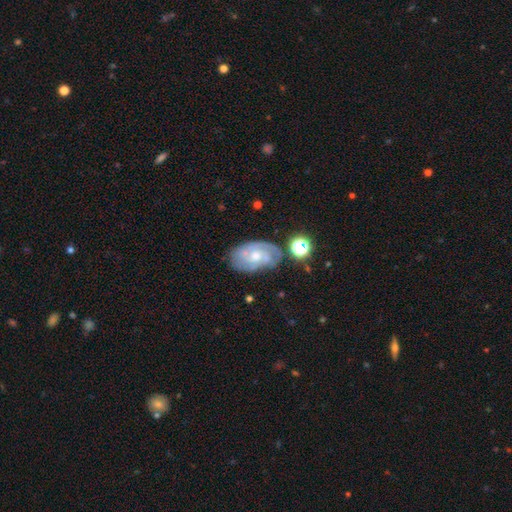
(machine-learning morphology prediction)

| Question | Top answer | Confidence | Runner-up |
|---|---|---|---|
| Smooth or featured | featured or disk | 75% | smooth (17%) |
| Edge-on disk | no | 96% | yes (4%) |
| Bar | no | 67% | weak (29%) |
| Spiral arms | yes | 91% | no (9%) |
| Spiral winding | tight | 60% | medium (32%) |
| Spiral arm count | can't tell | 35% | 2 (32%) |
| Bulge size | moderate | 47% | small (45%) |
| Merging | none | 67% | minor disturbance (21%) |